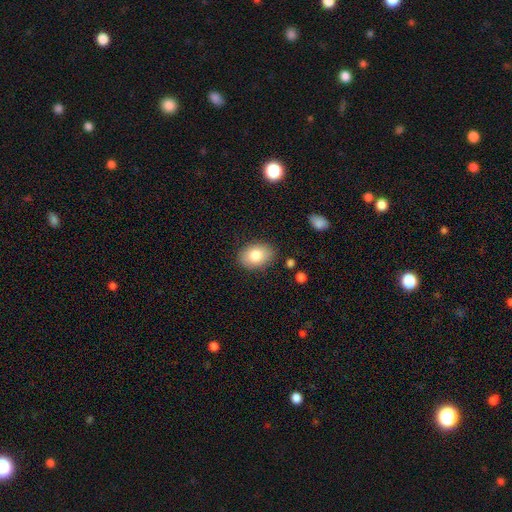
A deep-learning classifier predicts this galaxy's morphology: smooth_or_featured: smooth (p=0.81) [alt: featured or disk p=0.11]
how_rounded: in between (p=0.77) [alt: round p=0.22]
merging: none (p=0.84) [alt: minor disturbance p=0.11]